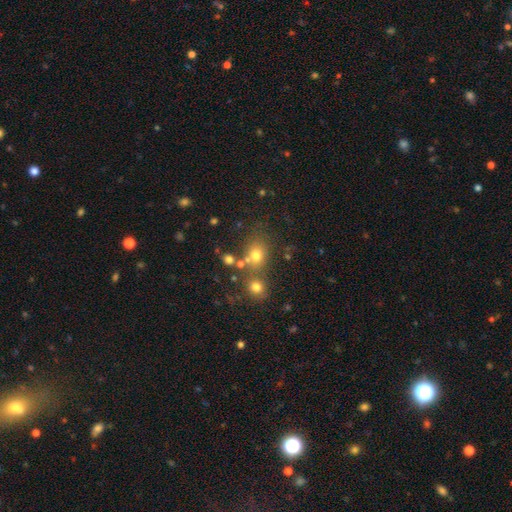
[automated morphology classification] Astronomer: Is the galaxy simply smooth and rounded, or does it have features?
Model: smooth — 71%.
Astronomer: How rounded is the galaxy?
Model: round — 61% (runner-up: in between, 38%).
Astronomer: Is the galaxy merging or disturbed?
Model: none — 56%.